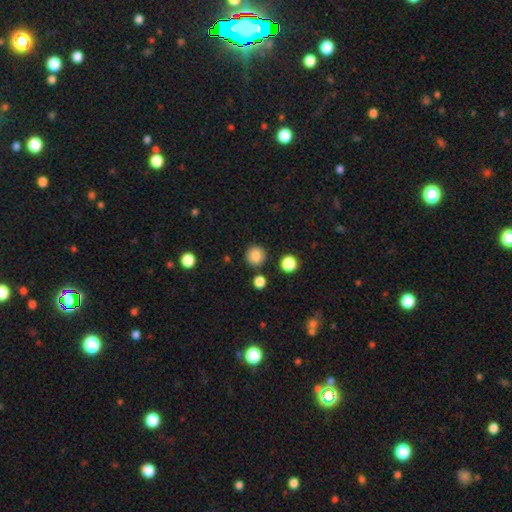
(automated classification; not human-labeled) Morphology: type=smooth (84%); roundness=round (93%); merging=none (88%).